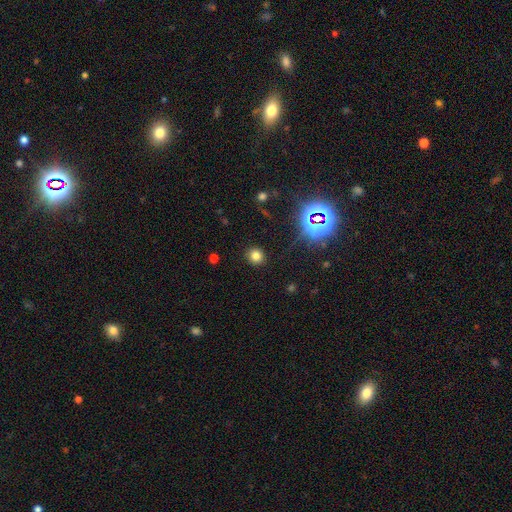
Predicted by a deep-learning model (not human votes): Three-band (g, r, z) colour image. It shows a smooth galaxy with no disk features (75%) that is round (87%). Merging: none (90%).